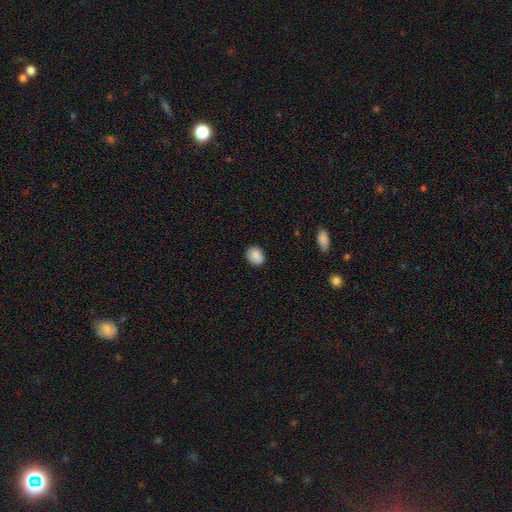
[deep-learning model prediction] Smooth or featured: smooth — 87% (star or artifact — 8%)
How rounded: round — 50% (in between — 49%)
Merging: none — 84% (minor disturbance — 12%)